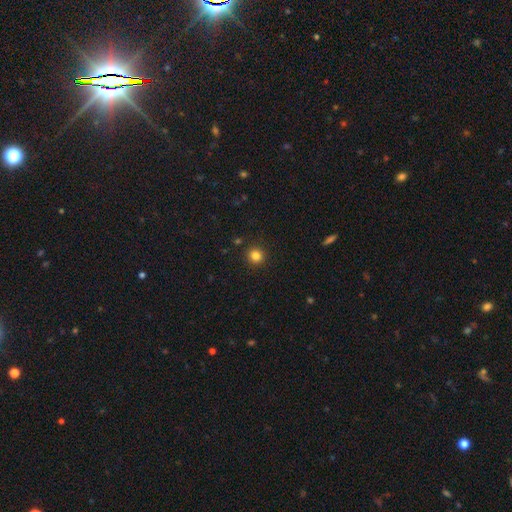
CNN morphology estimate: Smooth or featured? smooth (83%)
How rounded? round (91%)
Merging? none (91%)